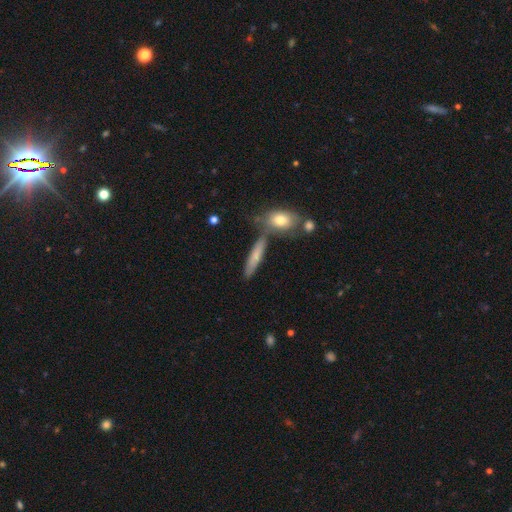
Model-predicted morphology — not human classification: The model was most divided on "smooth or featured": smooth: 66%, featured or disk: 27%, star or artifact: 7%. More confident: how rounded — cigar-shaped (76%); merging — none (67%).